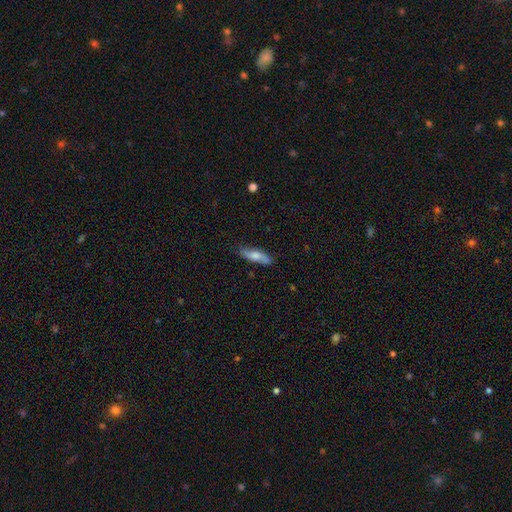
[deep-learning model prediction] Smooth or featured?
  - smooth: 65% *
  - featured or disk: 29%
  - star or artifact: 6%
How rounded?
  - cigar-shaped: 58% *
  - in between: 40%
  - round: 2%
Merging?
  - none: 82% *
  - minor disturbance: 14%
  - major disturbance: 2%
  - merger: 2%